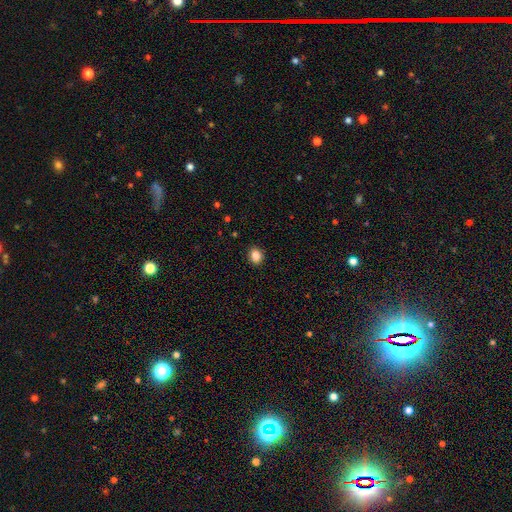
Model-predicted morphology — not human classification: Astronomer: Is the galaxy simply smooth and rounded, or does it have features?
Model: smooth — 85%.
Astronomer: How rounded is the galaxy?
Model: round — 55% (runner-up: in between, 44%).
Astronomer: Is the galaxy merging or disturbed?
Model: none — 91%.